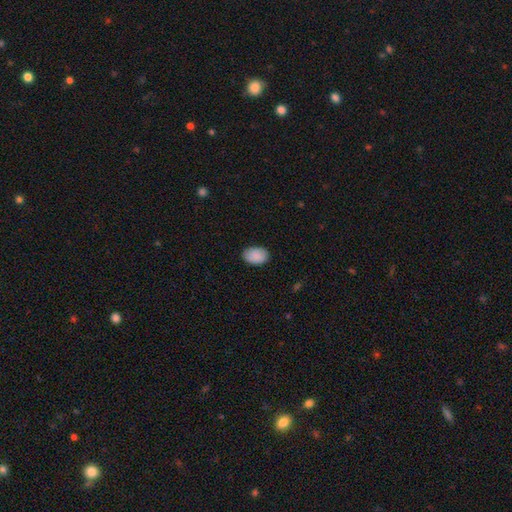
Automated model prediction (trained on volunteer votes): Smooth or featured: smooth — 90% (star or artifact — 7%)
How rounded: in between — 86% (round — 13%)
Merging: none — 84% (minor disturbance — 13%)